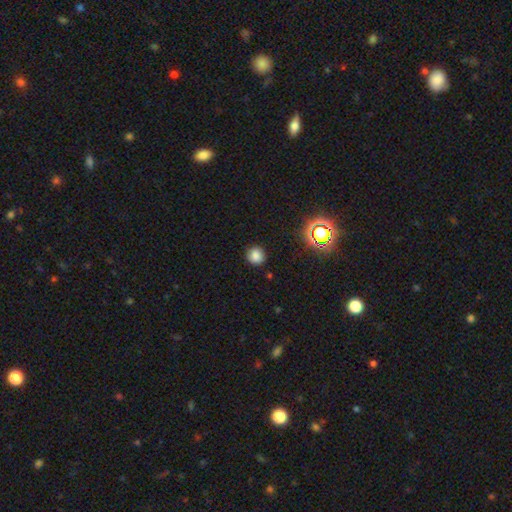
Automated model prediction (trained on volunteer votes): A smooth galaxy with no disk features (80%) that is round (89%).

Vote fractions:
- Smooth or featured? smooth: 80% / star or artifact: 15% / featured or disk: 5%
- How rounded? round: 89% / in between: 10% / cigar-shaped: 1%
- Merging? none: 88% / minor disturbance: 8% / major disturbance: 2% / merger: 1%